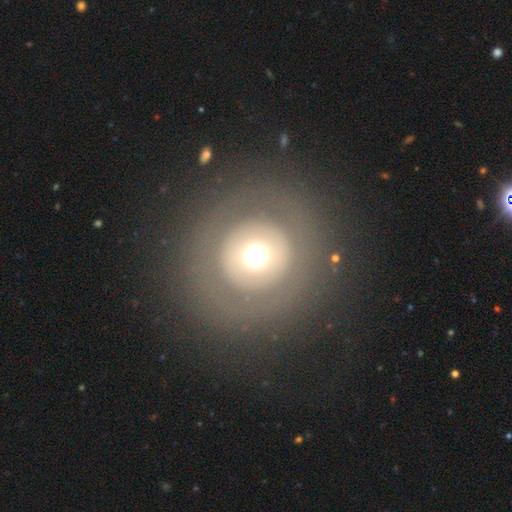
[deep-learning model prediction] This is possibly a smooth galaxy (55%). How rounded: clearly round (92%). Merging: clearly none (83%).